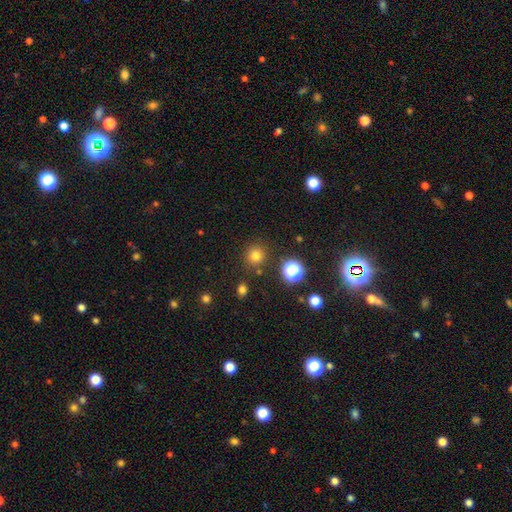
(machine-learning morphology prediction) This is likely a smooth galaxy (76%). How rounded: clearly round (93%). Merging: clearly none (86%).